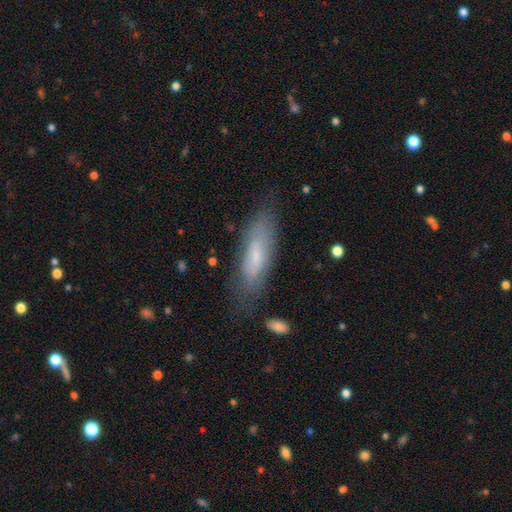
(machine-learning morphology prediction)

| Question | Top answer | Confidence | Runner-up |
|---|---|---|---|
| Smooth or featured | smooth | 61% | featured or disk (32%) |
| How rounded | cigar-shaped | 54% | in between (44%) |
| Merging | none | 73% | minor disturbance (19%) |